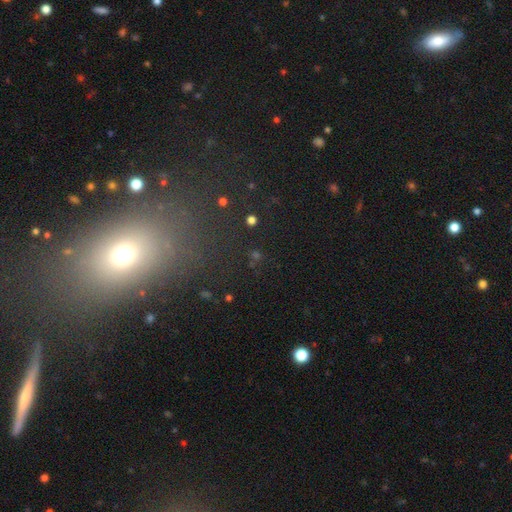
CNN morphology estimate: This appears to be a star or artifact, not a galaxy (56%).